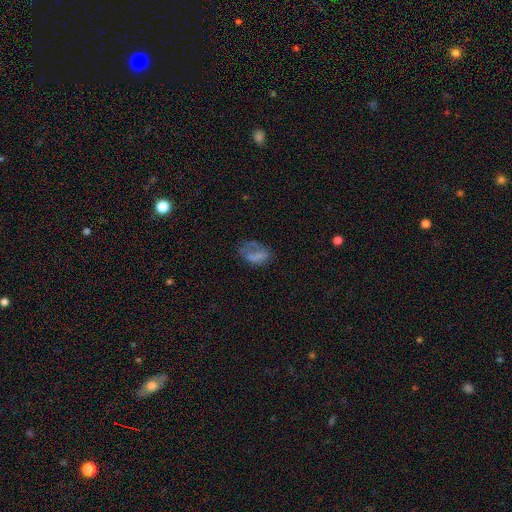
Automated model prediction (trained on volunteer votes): This appears to be a smooth galaxy with no disk features (59%) that is in between round and cigar-shaped (85%). Merging: major disturbance (36%).